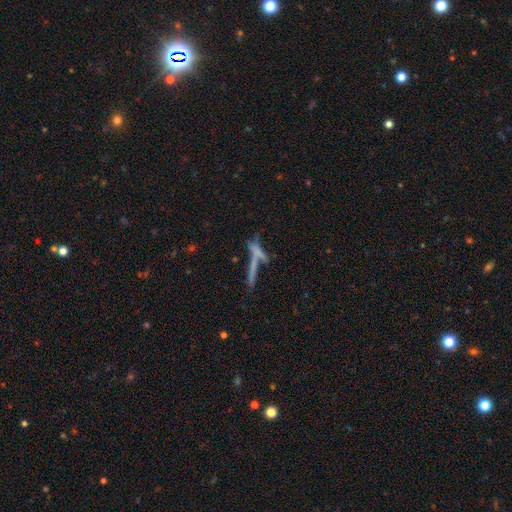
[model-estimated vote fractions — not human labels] smooth-or-featured: smooth: 45% | featured or disk: 40% | star or artifact: 15%
  merging: none: 44% | merger: 35% | minor disturbance: 11% | major disturbance: 10%